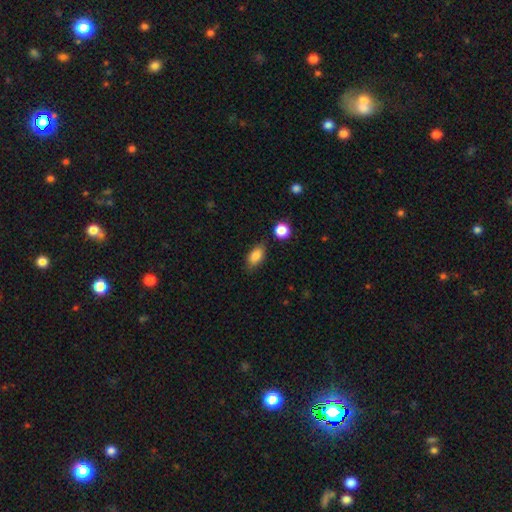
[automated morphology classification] Smooth or featured?
  - smooth: 85% *
  - star or artifact: 8%
  - featured or disk: 7%
How rounded?
  - in between: 87% *
  - round: 7%
  - cigar-shaped: 6%
Merging?
  - none: 78% *
  - minor disturbance: 15%
  - merger: 4%
  - major disturbance: 3%